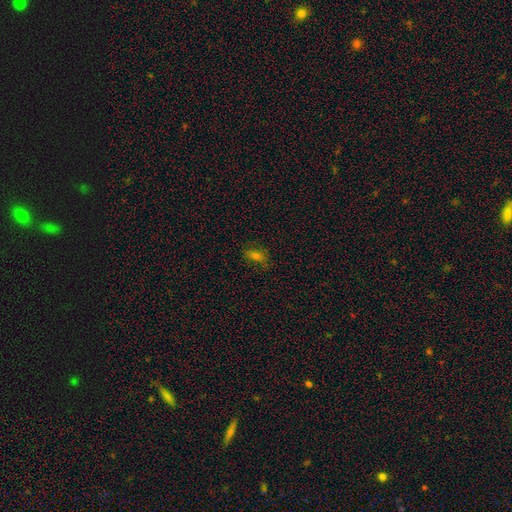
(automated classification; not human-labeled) The model was most divided on "smooth or featured": smooth: 62%, star or artifact: 22%, featured or disk: 16%. More confident: how rounded — in between (77%); merging — none (75%).